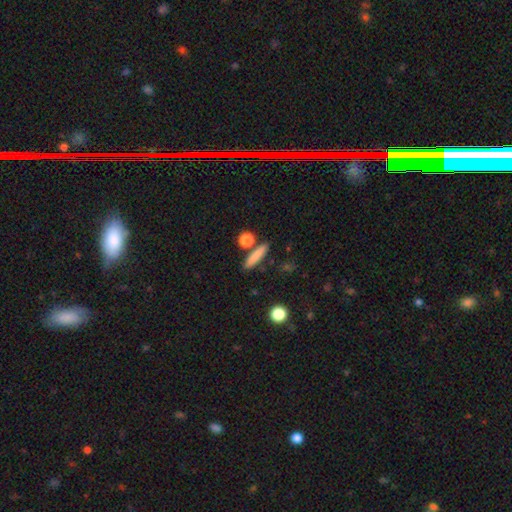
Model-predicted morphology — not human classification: The model was most divided on "how rounded": cigar-shaped: 76%, in between: 16%, round: 8%. More confident: merging — none (82%); smooth or featured — smooth (81%).